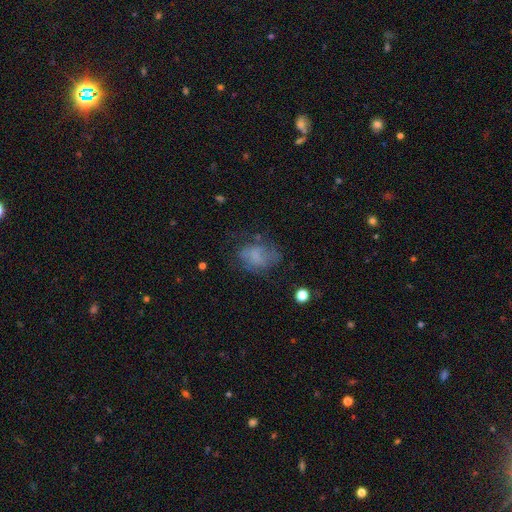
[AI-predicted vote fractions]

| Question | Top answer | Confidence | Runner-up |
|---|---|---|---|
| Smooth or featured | smooth | 53% | featured or disk (33%) |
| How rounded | in between | 69% | round (29%) |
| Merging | none | 50% | minor disturbance (25%) |